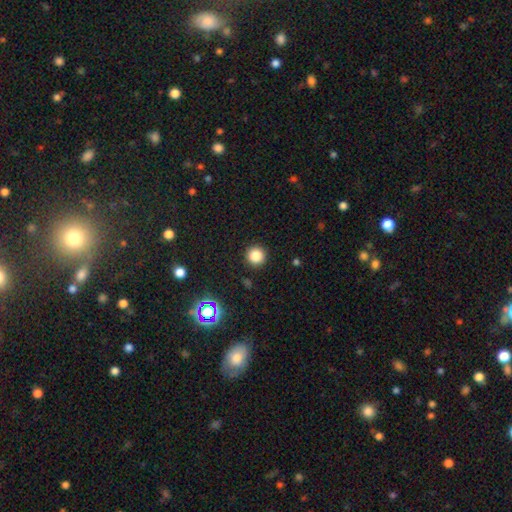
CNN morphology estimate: Overall: smooth (83%). How rounded: round (96%). Merging: none (92%).